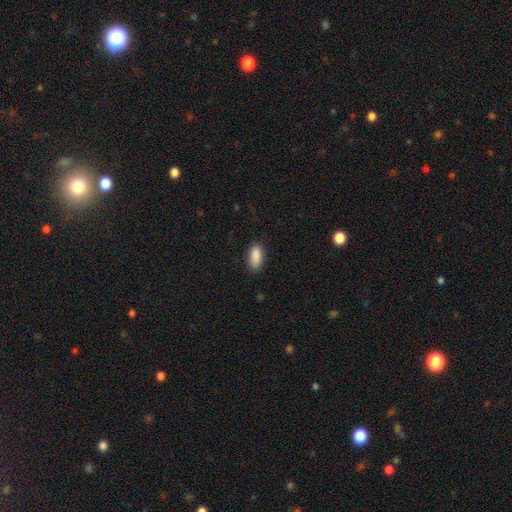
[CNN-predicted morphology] Overall: smooth (90%). How rounded: in between (87%). Merging: none (85%).